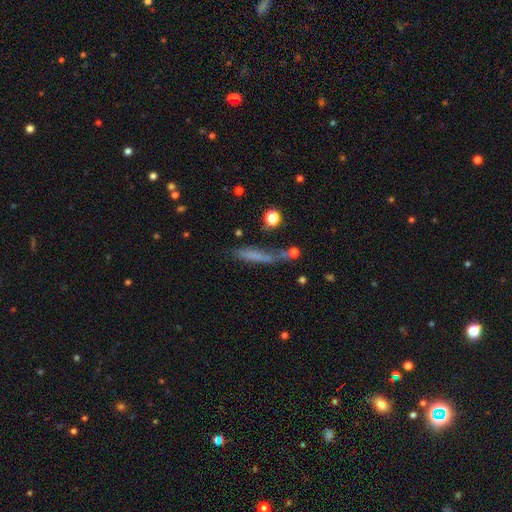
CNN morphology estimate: The model was most divided on "merging": none: 47%, minor disturbance: 24%, major disturbance: 18%, merger: 10%. More confident: how rounded — cigar-shaped (85%); smooth or featured — smooth (57%).